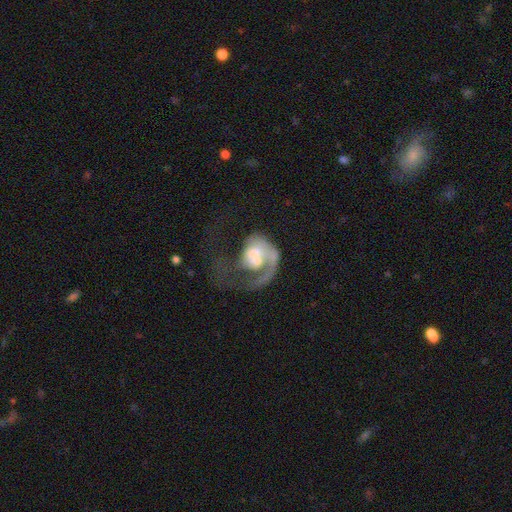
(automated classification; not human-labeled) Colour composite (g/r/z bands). It shows a featured or disk galaxy (71%) with no bar (73%), 1 (87%) loose (48%) spiral arms (76%) and a moderate central bulge (44%). Merging: major disturbance (48%).